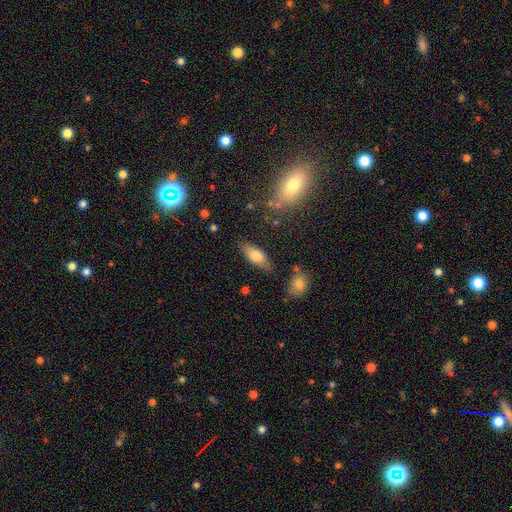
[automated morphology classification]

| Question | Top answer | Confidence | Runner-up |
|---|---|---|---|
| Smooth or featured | smooth | 69% | featured or disk (23%) |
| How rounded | in between | 77% | cigar-shaped (20%) |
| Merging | none | 79% | minor disturbance (15%) |